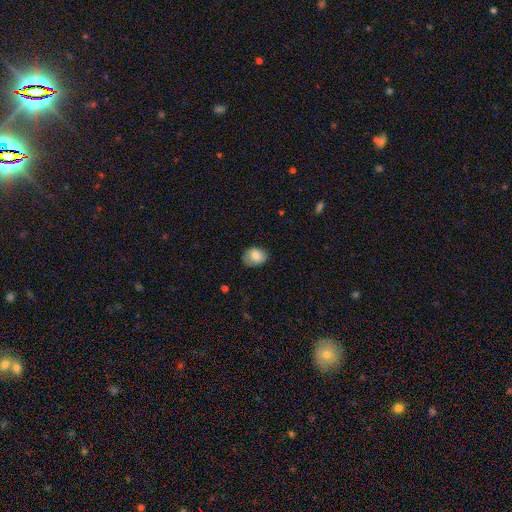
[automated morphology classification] smooth 81%, featured or disk 11%, star or artifact 8%. Down the decision tree: how rounded — in between (65%); merging — none (72%).